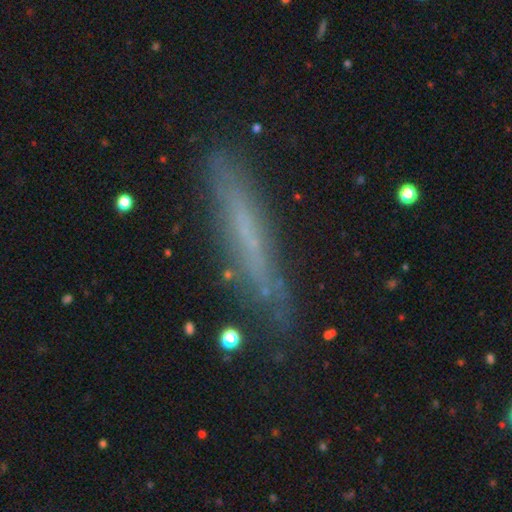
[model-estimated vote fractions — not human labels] The model was most divided on "smooth or featured": featured or disk: 52%, smooth: 38%, star or artifact: 10%. More confident: edge-on disk — yes (85%); merging — none (80%).